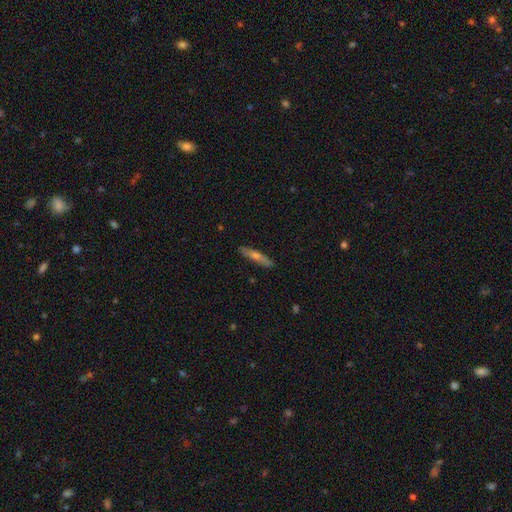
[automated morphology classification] A featured or disk galaxy (49%).

Vote fractions:
- Smooth or featured? featured or disk: 49% / smooth: 44% / star or artifact: 7%
- Merging? none: 88% / minor disturbance: 9% / major disturbance: 2% / merger: 1%